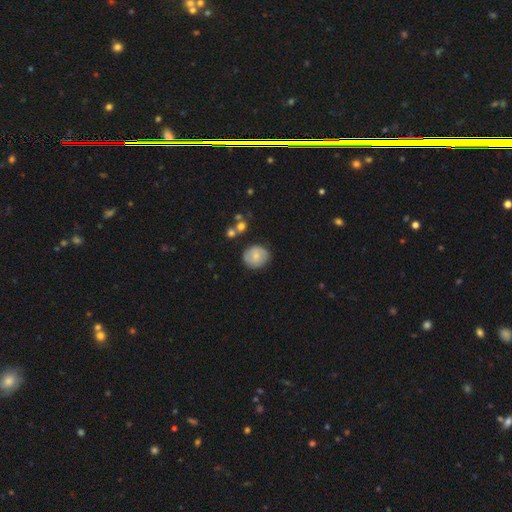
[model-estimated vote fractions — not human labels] Smooth or featured? Predicted: smooth (p=0.60). How rounded? Predicted: round (p=0.79). Merging? Predicted: none (p=0.79).